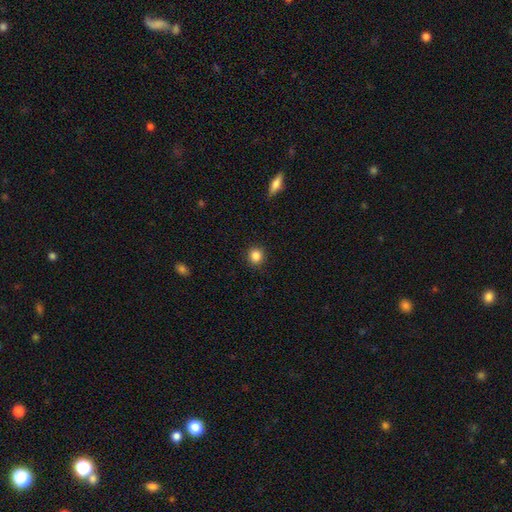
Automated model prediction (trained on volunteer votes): smooth-or-featured: smooth: 86% | star or artifact: 11% | featured or disk: 4%
  how-rounded: round: 90% | in between: 9% | cigar-shaped: 1%
  merging: none: 91% | minor disturbance: 6% | major disturbance: 2% | merger: 1%